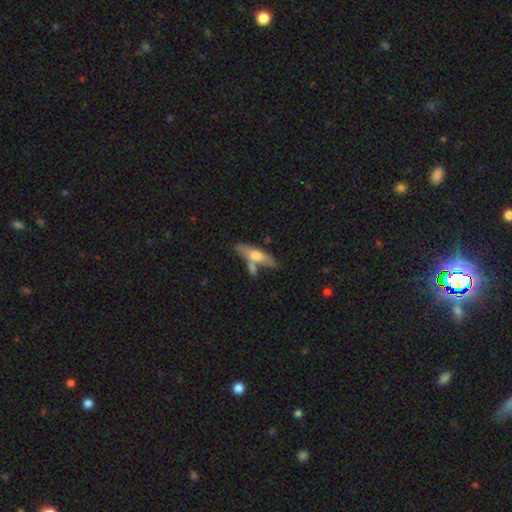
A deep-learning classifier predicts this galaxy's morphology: The model was most divided on "smooth or featured": smooth: 51%, featured or disk: 43%, star or artifact: 6%. More confident: how rounded — cigar-shaped (67%); merging — none (55%).